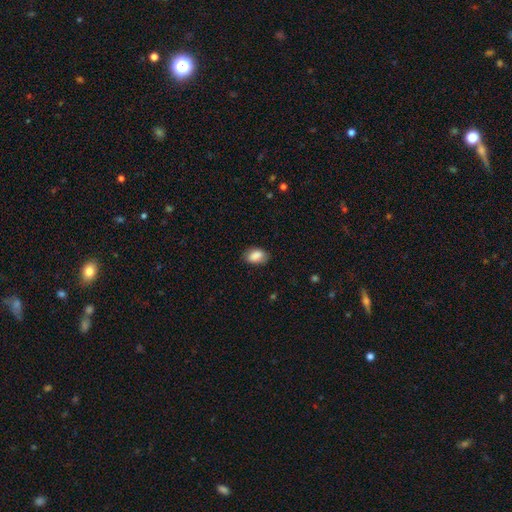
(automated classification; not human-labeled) Smooth or featured: smooth — 86% (star or artifact — 7%)
How rounded: in between — 87% (round — 11%)
Merging: none — 79% (minor disturbance — 17%)